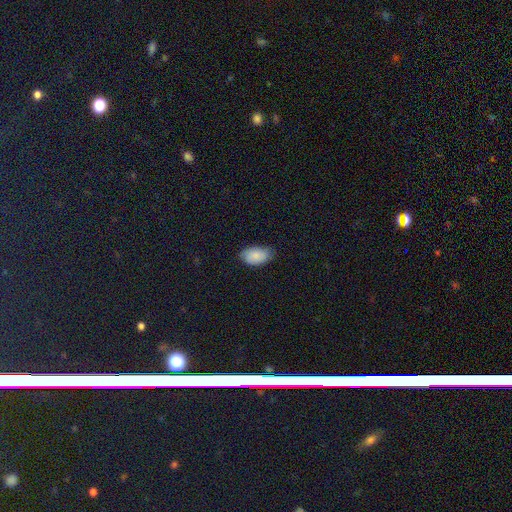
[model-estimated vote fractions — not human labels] The model was most divided on "merging": none: 75%, minor disturbance: 21%, major disturbance: 3%, merger: 1%. More confident: how rounded — in between (93%); smooth or featured — smooth (83%).